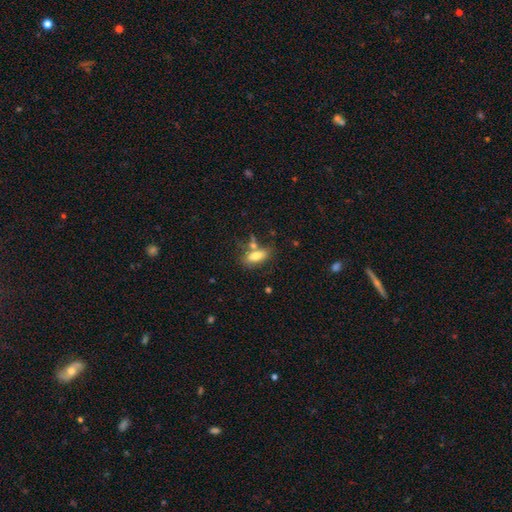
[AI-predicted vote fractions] smooth_or_featured: smooth (p=0.77) [alt: featured or disk p=0.15]
how_rounded: in between (p=0.79) [alt: cigar-shaped p=0.17]
merging: none (p=0.60) [alt: merger p=0.18]